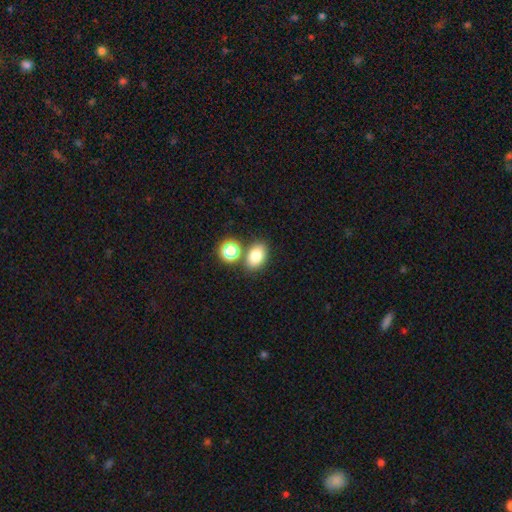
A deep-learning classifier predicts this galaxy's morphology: This is clearly a smooth galaxy (80%). How rounded: likely in between (75%). Merging: likely none (69%).